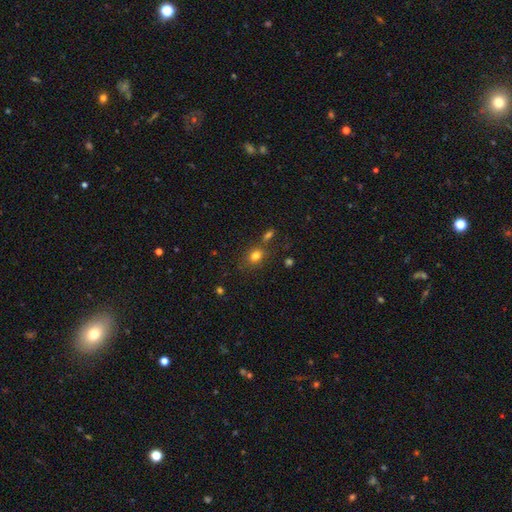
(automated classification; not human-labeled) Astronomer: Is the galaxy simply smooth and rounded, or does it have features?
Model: smooth — 79%.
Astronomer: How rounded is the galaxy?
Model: in between — 51% (runner-up: round, 48%).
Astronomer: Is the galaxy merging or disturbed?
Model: none — 68%.